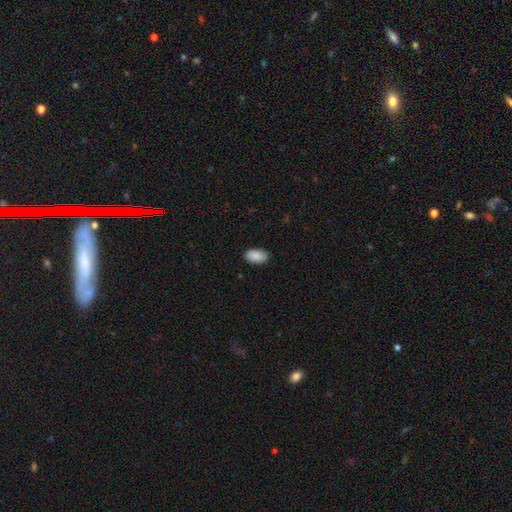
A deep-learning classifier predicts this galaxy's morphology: This appears to be a smooth galaxy with no disk features (88%) that is in between round and cigar-shaped (95%). Merging: none (83%).